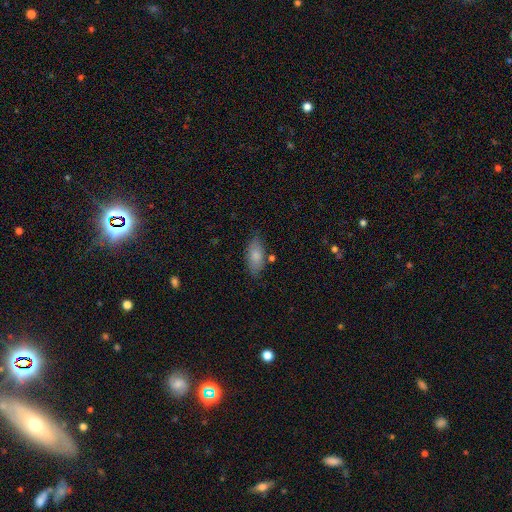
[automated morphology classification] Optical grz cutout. It shows a smooth galaxy with no disk features (80%) that is in between round and cigar-shaped (86%). Merging: none (76%).